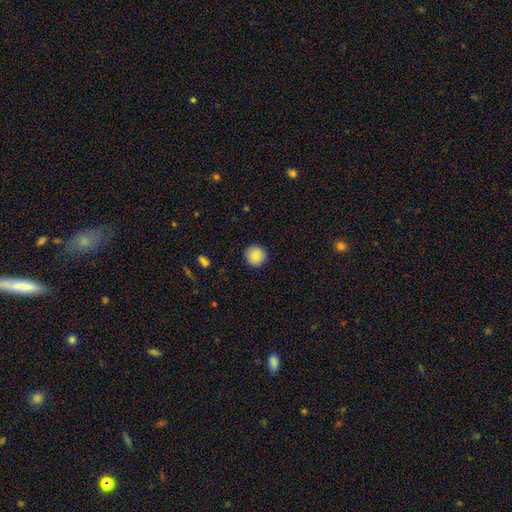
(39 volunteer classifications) Smooth or featured? 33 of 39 (85%) said smooth. How rounded? 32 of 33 (97%) said round. Merging? 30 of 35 (86%) said none.